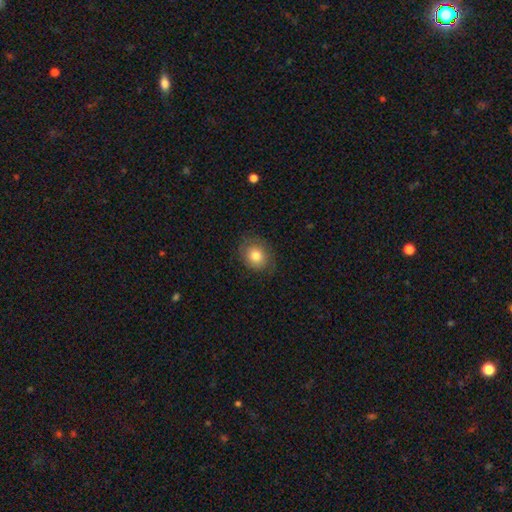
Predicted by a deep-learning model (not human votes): The model was most divided on "how rounded": round: 63%, in between: 37%, cigar-shaped: 1%. More confident: merging — none (77%); smooth or featured — smooth (77%).